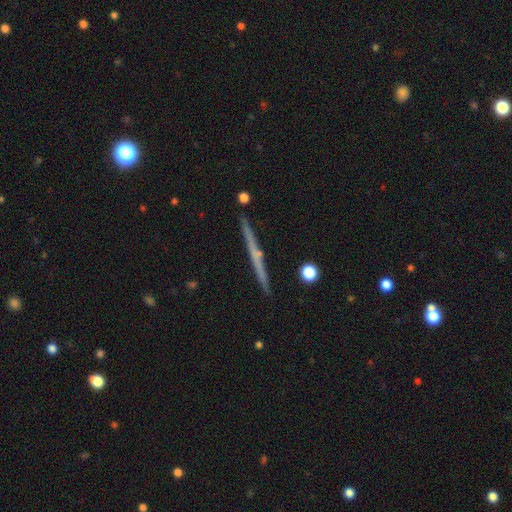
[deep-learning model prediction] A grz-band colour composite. It shows a featured or disk galaxy (67%) viewed edge-on (98%) with no central bulge (71%). Merging: none (92%).